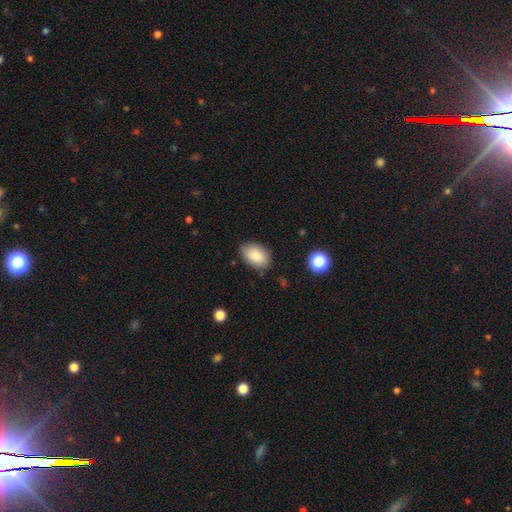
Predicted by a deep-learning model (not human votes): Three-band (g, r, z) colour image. It shows a smooth galaxy with no disk features (85%) that is in between round and cigar-shaped (89%). Merging: none (83%).